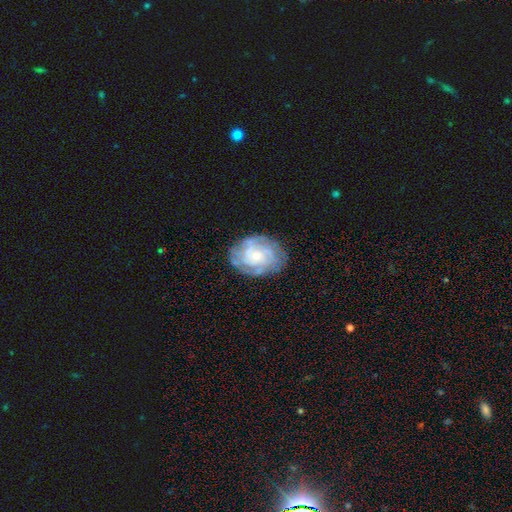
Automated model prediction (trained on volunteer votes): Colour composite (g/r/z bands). It shows a featured or disk galaxy (77%) with no bar (76%), tight (67%) spiral arms (91%) and a small central bulge (58%). Merging: none (77%).